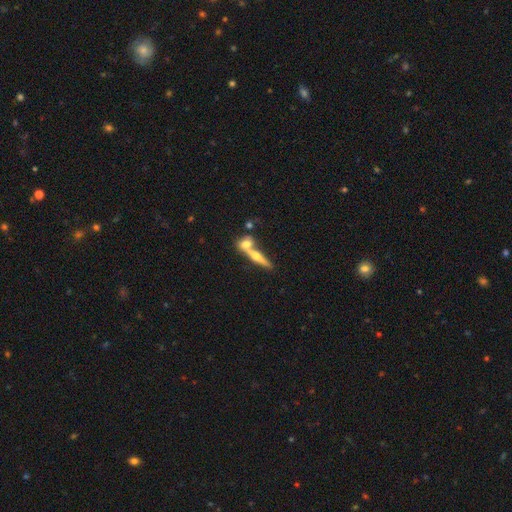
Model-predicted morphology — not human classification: The model was most divided on "merging": none: 45%, merger: 42%, minor disturbance: 9%, major disturbance: 4%. More confident: edge-on disk — yes (87%); smooth or featured — featured or disk (54%).